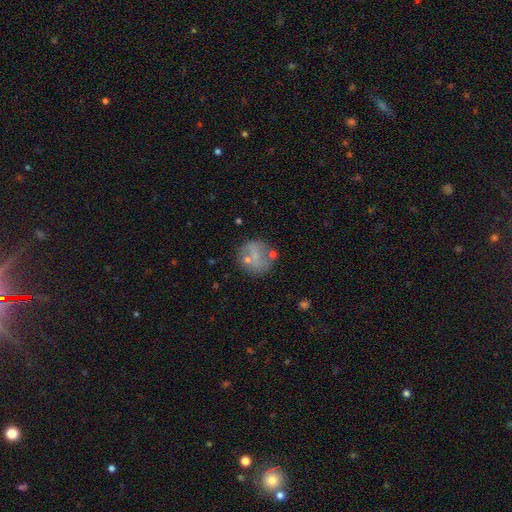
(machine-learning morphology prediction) Smooth or featured? smooth (59%)
How rounded? round (86%)
Merging? none (67%)